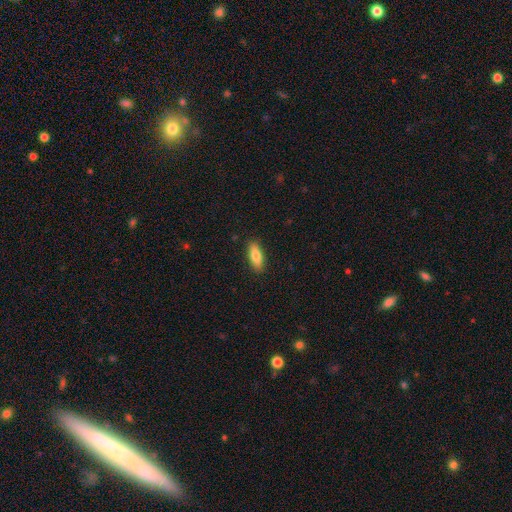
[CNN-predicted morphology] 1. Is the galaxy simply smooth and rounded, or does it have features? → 80% smooth, 13% featured or disk, 6% star or artifact.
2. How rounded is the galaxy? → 68% in between, 30% cigar-shaped, 2% round.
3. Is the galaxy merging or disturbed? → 89% none, 8% minor disturbance, 2% major disturbance, 1% merger.